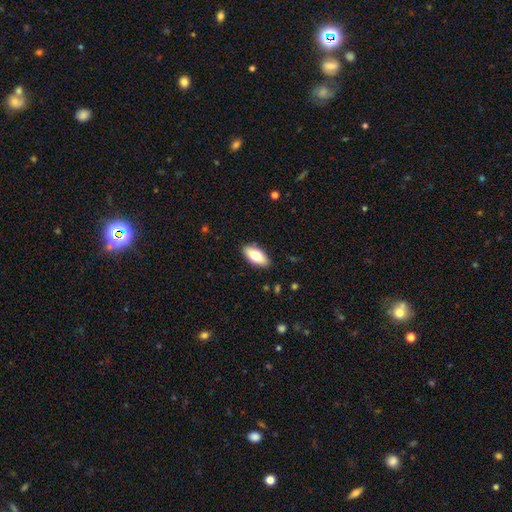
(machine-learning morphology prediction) Overall: smooth (75%). How rounded: in between (88%). Merging: none (88%).